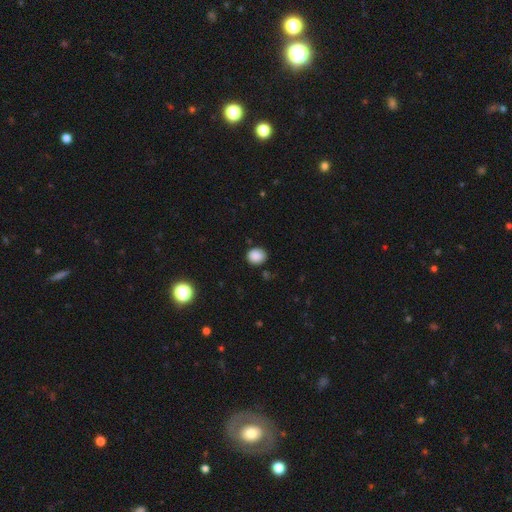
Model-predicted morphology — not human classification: Smooth or featured: smooth — 87% (star or artifact — 10%)
How rounded: round — 71% (in between — 28%)
Merging: none — 84% (minor disturbance — 12%)